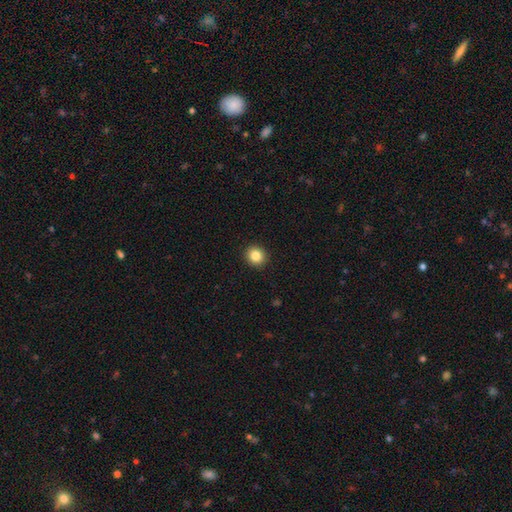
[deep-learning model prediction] Smooth or featured?
  - smooth: 85% *
  - star or artifact: 10%
  - featured or disk: 5%
How rounded?
  - round: 88% *
  - in between: 11%
  - cigar-shaped: 1%
Merging?
  - none: 92% *
  - minor disturbance: 5%
  - major disturbance: 2%
  - merger: 1%